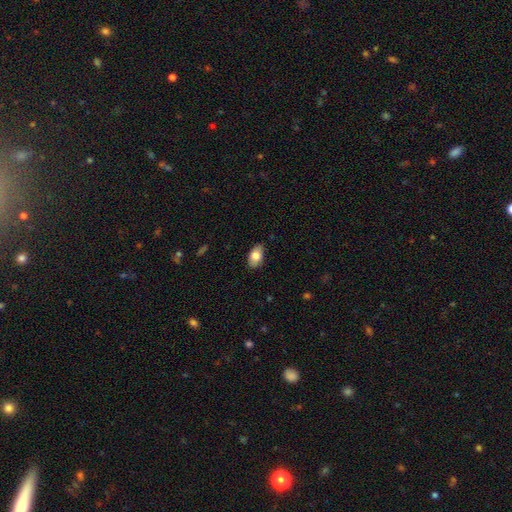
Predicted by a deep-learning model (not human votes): smooth_or_featured: smooth (p=0.79) [alt: featured or disk p=0.14]
how_rounded: in between (p=0.92) [alt: round p=0.06]
merging: none (p=0.84) [alt: minor disturbance p=0.13]